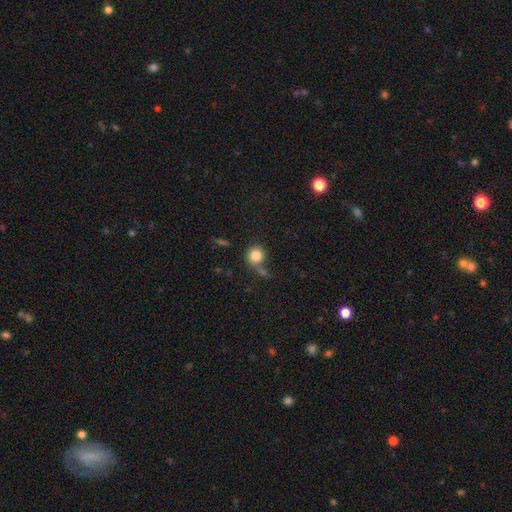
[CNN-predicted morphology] The model was most divided on "merging": none: 55%, merger: 17%, minor disturbance: 17%, major disturbance: 11%. More confident: how rounded — round (87%); smooth or featured — smooth (83%).